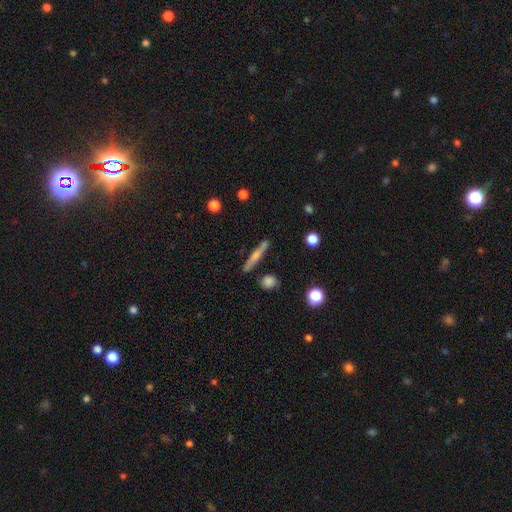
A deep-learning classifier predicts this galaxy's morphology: A smooth galaxy with no disk features (52%) that is cigar-shaped (91%).

Vote fractions:
- Smooth or featured? smooth: 52% / featured or disk: 41% / star or artifact: 7%
- How rounded? cigar-shaped: 91% / in between: 6% / round: 3%
- Merging? none: 85% / minor disturbance: 10% / merger: 4% / major disturbance: 2%